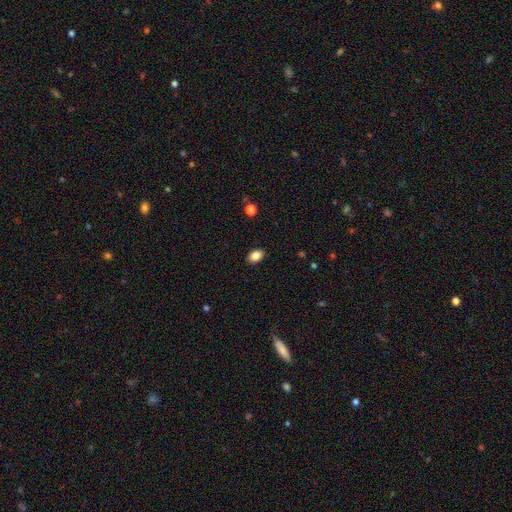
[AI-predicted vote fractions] Overall: smooth (86%). How rounded: in between (84%). Merging: none (89%).